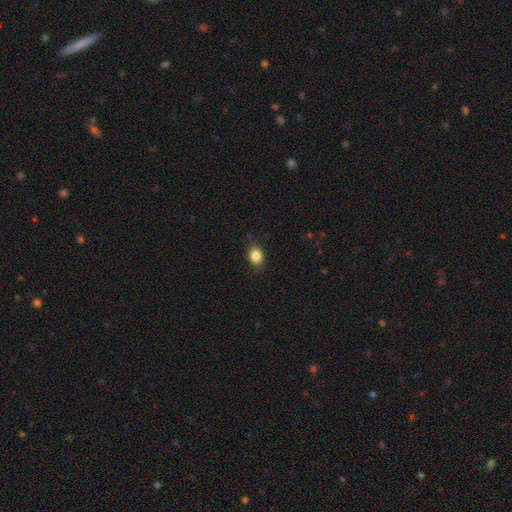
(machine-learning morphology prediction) smooth_or_featured: smooth (p=0.86) [alt: star or artifact p=0.10]
how_rounded: in between (p=0.50) [alt: round p=0.49]
merging: none (p=0.84) [alt: minor disturbance p=0.12]